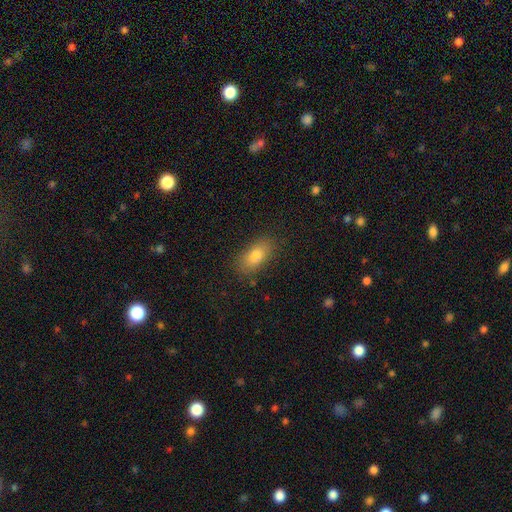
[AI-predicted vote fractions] The model was most divided on "smooth or featured": smooth: 80%, featured or disk: 11%, star or artifact: 9%. More confident: how rounded — in between (86%); merging — none (84%).